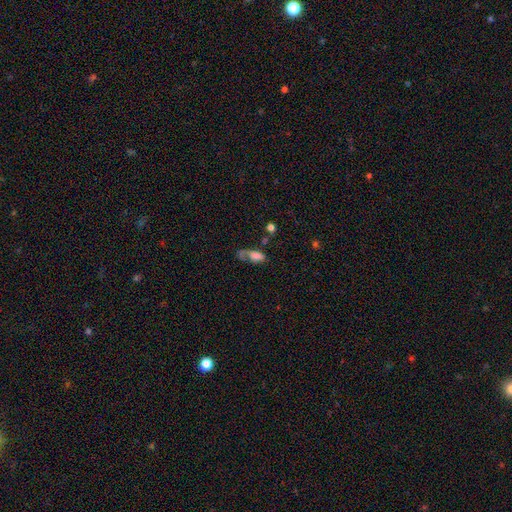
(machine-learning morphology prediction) Smooth or featured?
  - smooth: 63% *
  - featured or disk: 25%
  - star or artifact: 12%
How rounded?
  - in between: 80% *
  - cigar-shaped: 14%
  - round: 6%
Merging?
  - major disturbance: 37% *
  - none: 28%
  - minor disturbance: 22%
  - merger: 13%